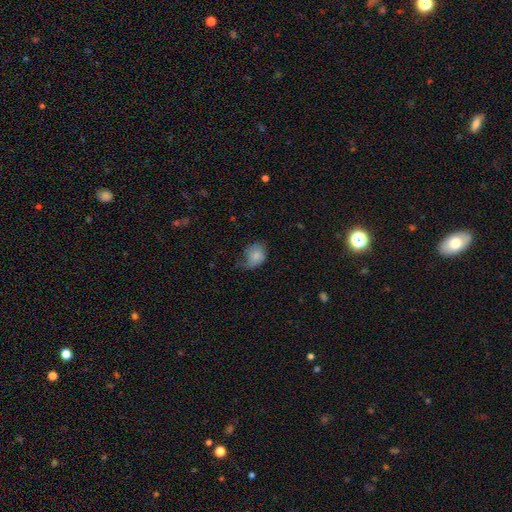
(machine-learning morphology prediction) A smooth galaxy with no disk features (79%) that is in between round and cigar-shaped (64%). Merging: minor disturbance (41%).